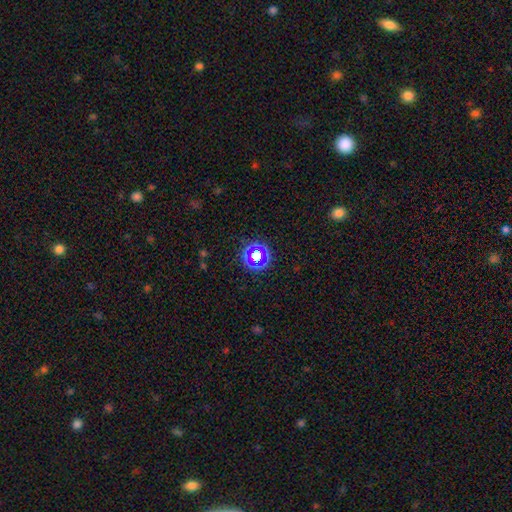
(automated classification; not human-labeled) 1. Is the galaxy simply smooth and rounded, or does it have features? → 55% star or artifact, 32% smooth, 12% featured or disk.